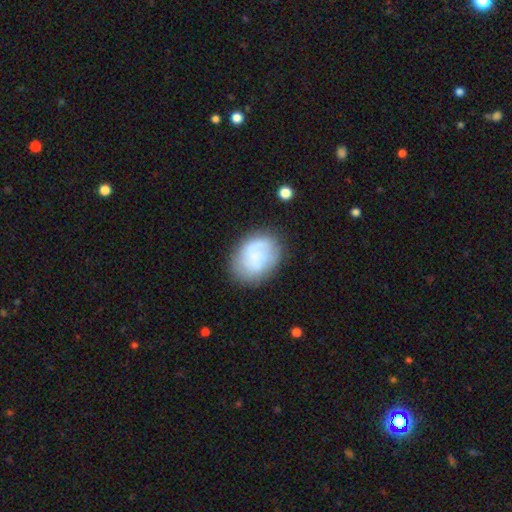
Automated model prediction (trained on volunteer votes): Smooth or featured? Predicted: smooth (p=0.57). How rounded? Predicted: in between (p=0.61). Merging? Predicted: none (p=0.70).